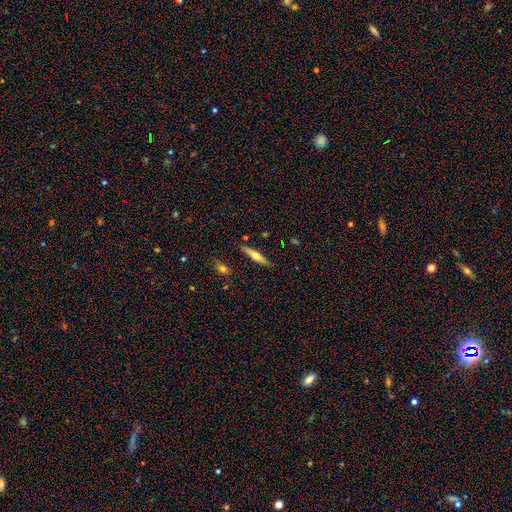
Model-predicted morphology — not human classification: A featured or disk galaxy (52%) viewed edge-on (92%).

Vote fractions:
- Smooth or featured? featured or disk: 52% / smooth: 41% / star or artifact: 7%
- Edge-on disk? yes: 92% / no: 8%
- Merging? none: 86% / minor disturbance: 10% / merger: 2% / major disturbance: 2%